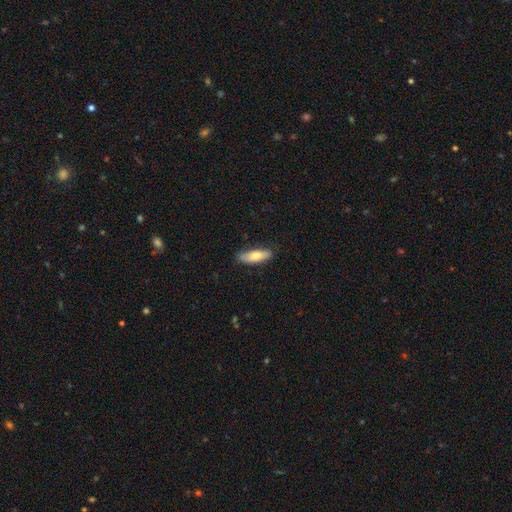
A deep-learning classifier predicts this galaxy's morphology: Smooth or featured? Predicted: smooth (p=0.71). How rounded? Predicted: in between (p=0.56). Merging? Predicted: none (p=0.81).